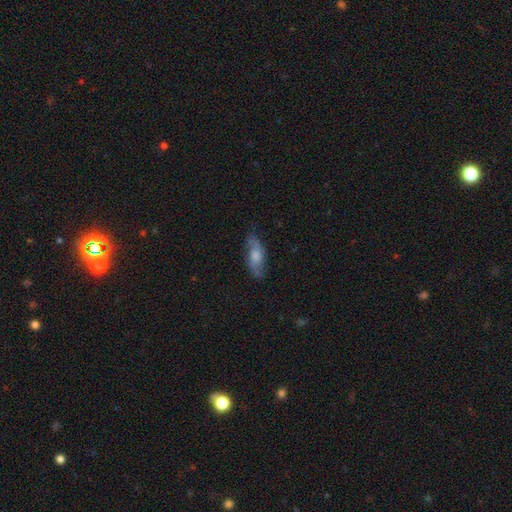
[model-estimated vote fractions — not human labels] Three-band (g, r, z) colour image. It shows a featured or disk galaxy (47%). Merging: none (73%).